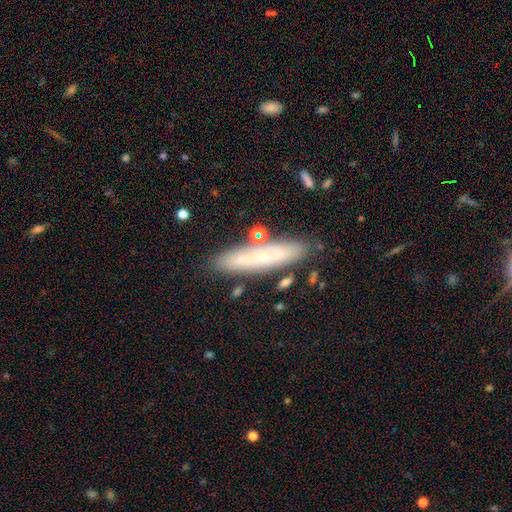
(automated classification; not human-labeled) This appears to be a smooth galaxy with no disk features (51%) that is cigar-shaped (81%). Merging: none (81%).